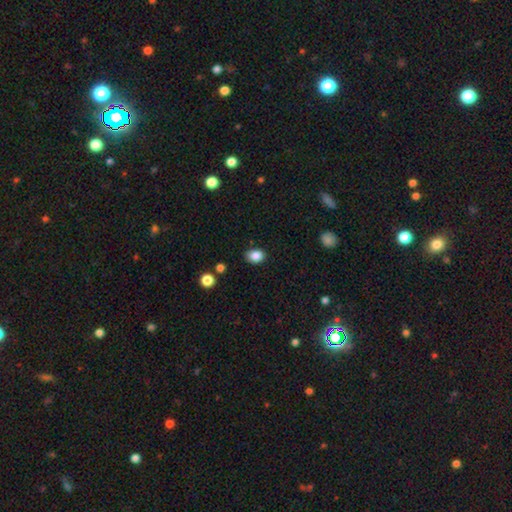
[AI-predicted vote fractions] smooth-or-featured: smooth: 86% | star or artifact: 9% | featured or disk: 4%
  how-rounded: in between: 67% | round: 32% | cigar-shaped: 1%
  merging: none: 85% | minor disturbance: 11% | major disturbance: 2% | merger: 2%